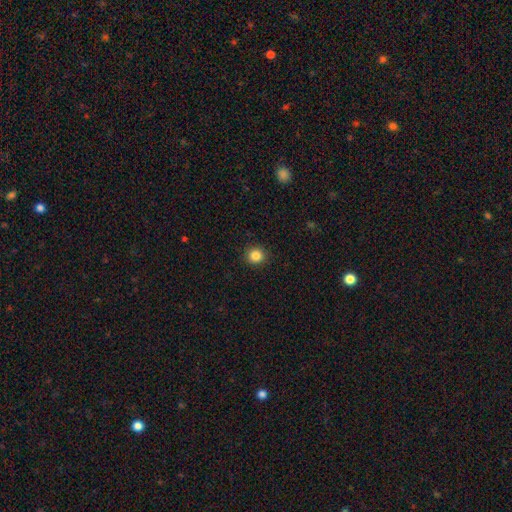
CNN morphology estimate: The model was most divided on "smooth or featured": smooth: 85%, star or artifact: 11%, featured or disk: 4%. More confident: merging — none (92%); how rounded — round (91%).